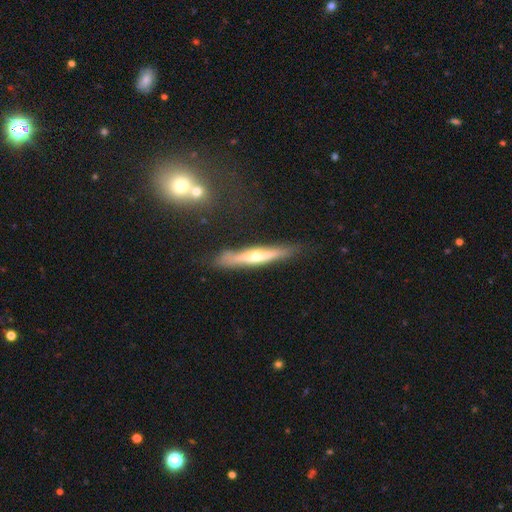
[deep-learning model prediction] Morphology: type=featured or disk (66%); edge-on=yes (93%); edge-on bulge=rounded (84%); merging=none (82%).